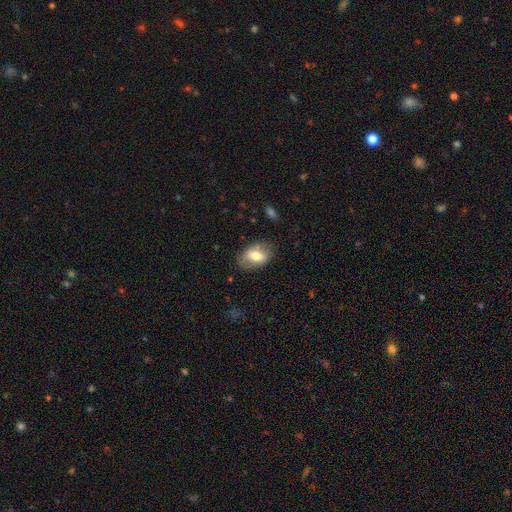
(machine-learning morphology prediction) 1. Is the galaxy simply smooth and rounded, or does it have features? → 63% smooth, 30% featured or disk, 7% star or artifact.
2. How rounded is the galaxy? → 87% in between, 11% round, 2% cigar-shaped.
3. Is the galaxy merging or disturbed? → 74% none, 18% minor disturbance, 6% major disturbance, 2% merger.